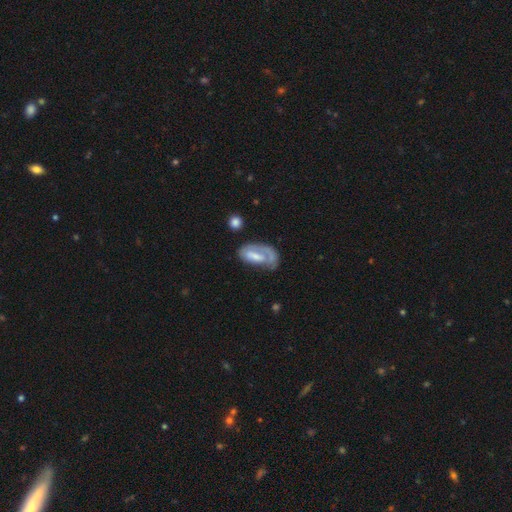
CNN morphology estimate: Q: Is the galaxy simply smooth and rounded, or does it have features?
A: featured or disk — 50%.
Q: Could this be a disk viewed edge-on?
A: no — 93%.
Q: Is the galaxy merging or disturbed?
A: none — 38%.